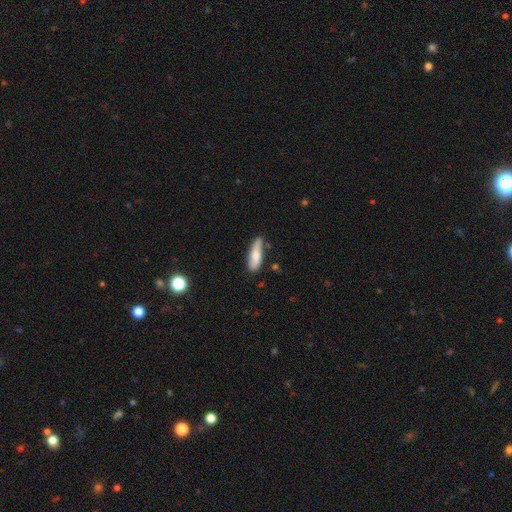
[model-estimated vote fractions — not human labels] A smooth galaxy with no disk features (69%) that is cigar-shaped (55%). Merging: none (66%).